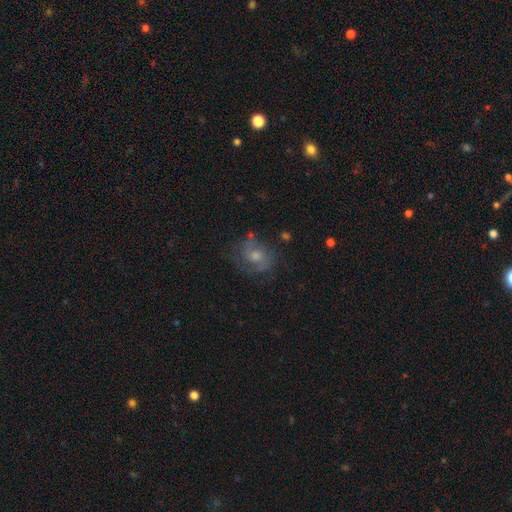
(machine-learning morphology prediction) smooth-or-featured: featured or disk: 58% | smooth: 26% | star or artifact: 16%
  disk-edge-on: no: 97% | yes: 3%
    bar: no: 70% | weak: 25% | strong: 4%
    has-spiral-arms: yes: 82% | no: 18%
    bulge-size: moderate: 58% | small: 29% | large: 8% | none: 4% | dominant: 1%
  merging: none: 69% | minor disturbance: 18% | major disturbance: 11% | merger: 2%